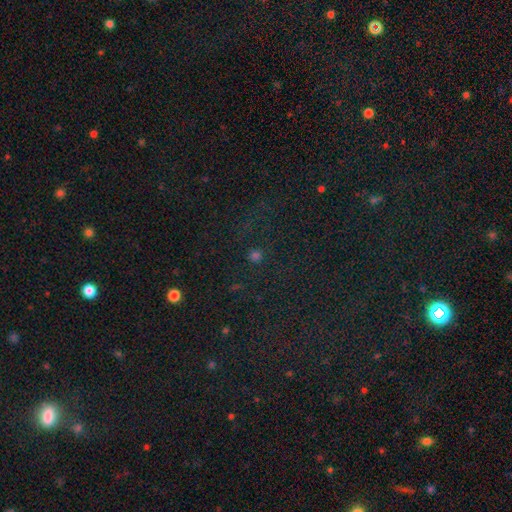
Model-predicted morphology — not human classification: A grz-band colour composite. It shows a star or artifact, not a galaxy (49%).